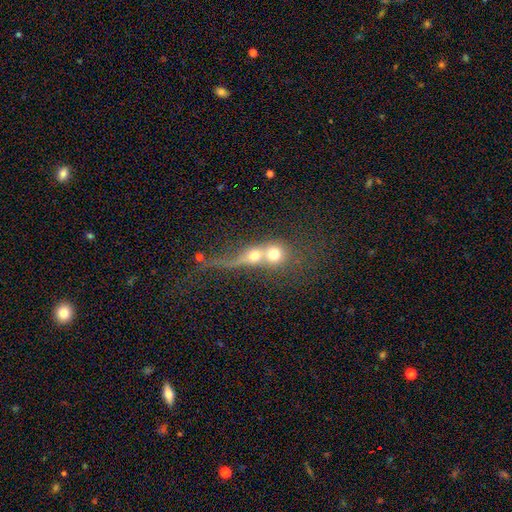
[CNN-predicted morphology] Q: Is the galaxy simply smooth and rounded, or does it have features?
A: smooth — 52%.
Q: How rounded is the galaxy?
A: round — 68%.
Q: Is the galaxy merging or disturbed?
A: merger — 73%.